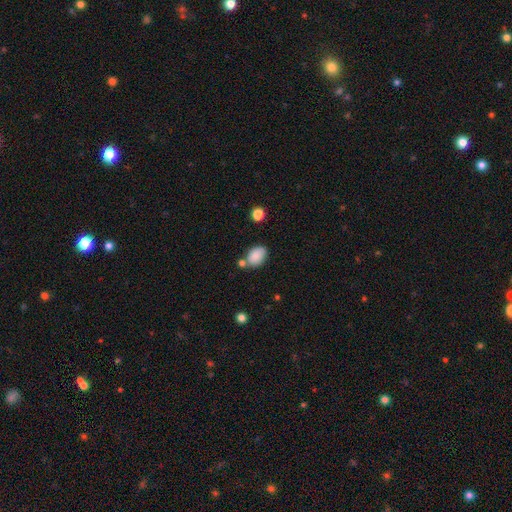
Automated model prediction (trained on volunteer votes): Overall: smooth (87%). How rounded: in between (82%). Merging: none (65%).